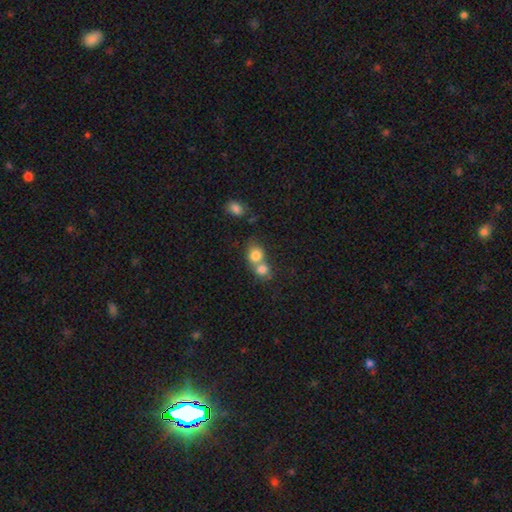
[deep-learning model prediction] Q: Smooth or featured?
A: smooth (79%); runner-up: featured or disk (10%)
Q: How rounded?
A: round (73%); runner-up: in between (26%)
Q: Merging?
A: merger (64%); runner-up: none (28%)